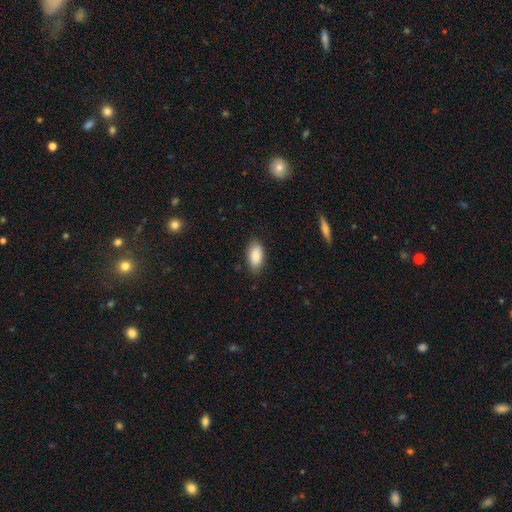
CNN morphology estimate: smooth-or-featured: smooth: 87% | star or artifact: 6% | featured or disk: 6%
  how-rounded: in between: 93% | cigar-shaped: 4% | round: 3%
  merging: none: 83% | minor disturbance: 14% | major disturbance: 3% | merger: 1%